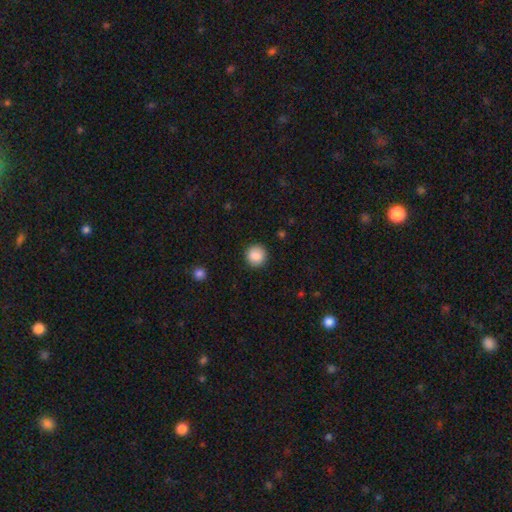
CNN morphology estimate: This is clearly a smooth galaxy (87%). How rounded: clearly round (93%). Merging: clearly none (91%).